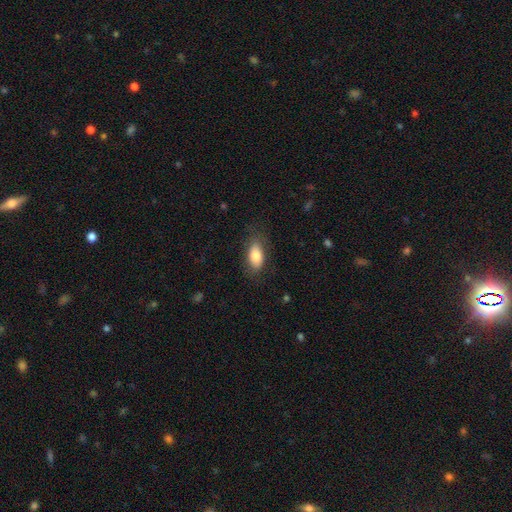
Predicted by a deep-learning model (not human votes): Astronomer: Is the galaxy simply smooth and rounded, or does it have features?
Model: smooth — 79%.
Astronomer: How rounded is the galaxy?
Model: in between — 89%.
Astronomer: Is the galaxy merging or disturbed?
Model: none — 78%.